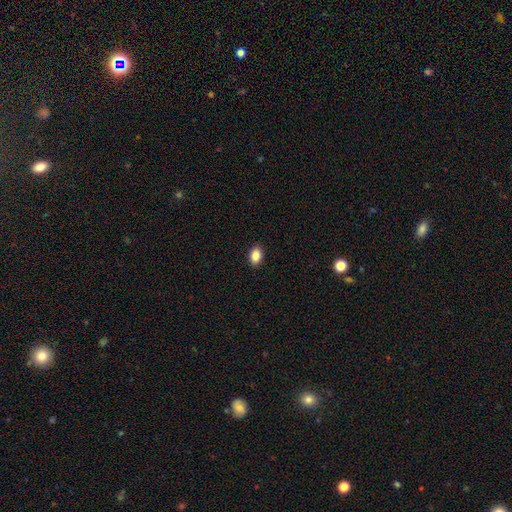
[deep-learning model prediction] The model was most divided on "how rounded": in between: 87%, round: 12%, cigar-shaped: 1%. More confident: merging — none (91%); smooth or featured — smooth (87%).